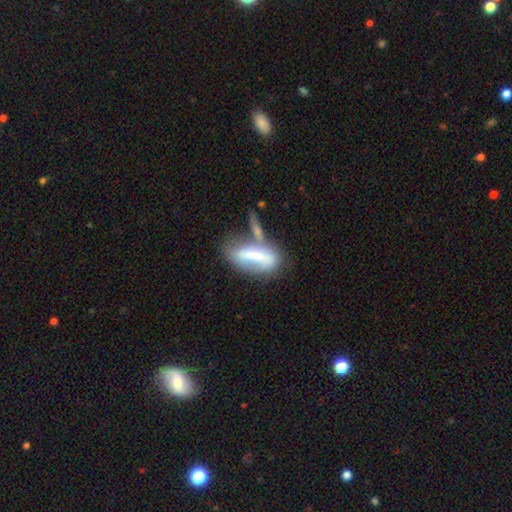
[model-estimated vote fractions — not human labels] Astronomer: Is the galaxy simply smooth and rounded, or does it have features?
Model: smooth — 55% (runner-up: featured or disk, 38%).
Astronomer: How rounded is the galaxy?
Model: in between — 68%.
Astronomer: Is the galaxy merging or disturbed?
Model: merger — 34% (runner-up: none, 28%).